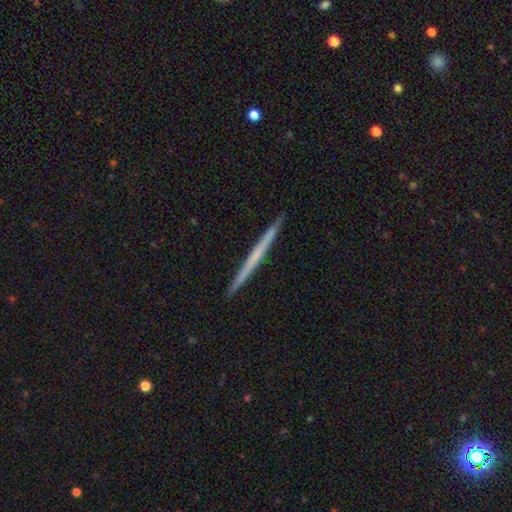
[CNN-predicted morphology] Overall: featured or disk (55%; smooth 40%). Edge-on disk: yes (98%). Edge-on bulge: none (90%). Merging: none (93%).